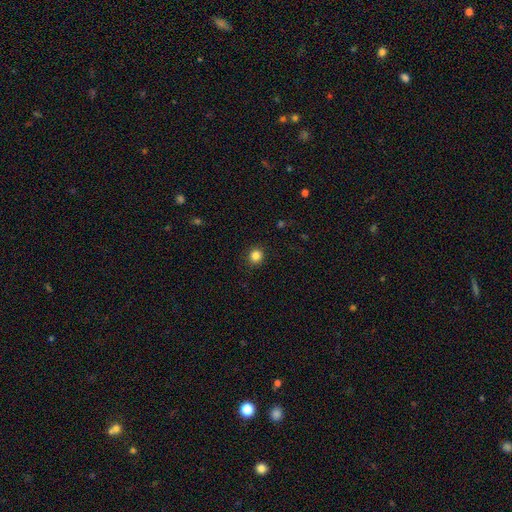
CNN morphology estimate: A smooth galaxy with no disk features (85%) that is round (88%).

Vote fractions:
- Smooth or featured? smooth: 85% / star or artifact: 11% / featured or disk: 4%
- How rounded? round: 88% / in between: 11% / cigar-shaped: 1%
- Merging? none: 91% / minor disturbance: 6% / major disturbance: 2% / merger: 1%